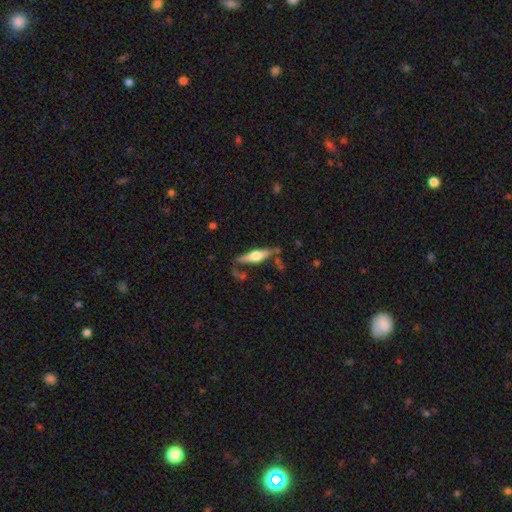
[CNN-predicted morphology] Smooth or featured? featured or disk (62%)
Edge-on disk? yes (94%)
Edge-on bulge? rounded (91%)
Merging? none (73%)